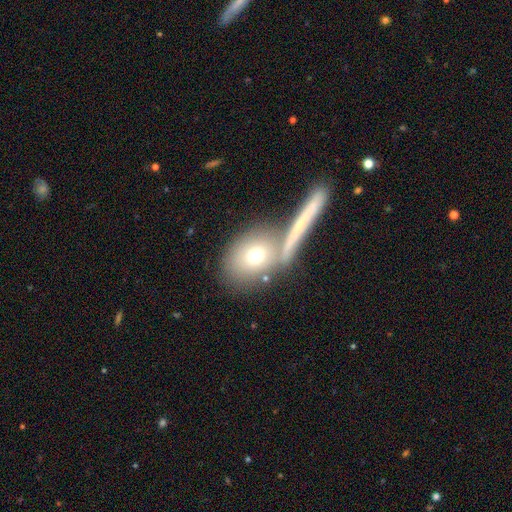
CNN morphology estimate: smooth 70%, featured or disk 21%, star or artifact 9%. Down the decision tree: how rounded — round (51%); merging — none (62%).